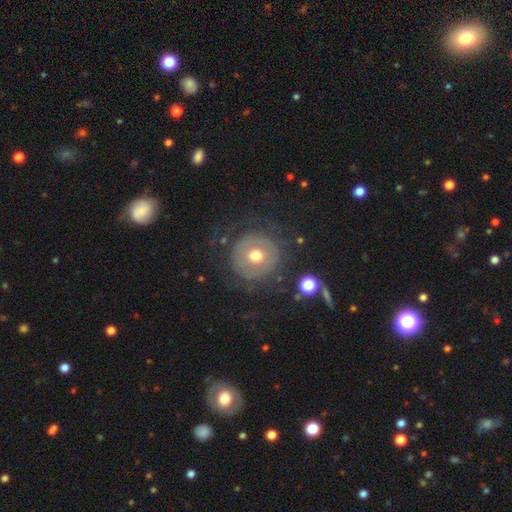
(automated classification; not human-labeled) featured or disk 46%, smooth 45%, star or artifact 9%. Down the decision tree: merging — none (72%).